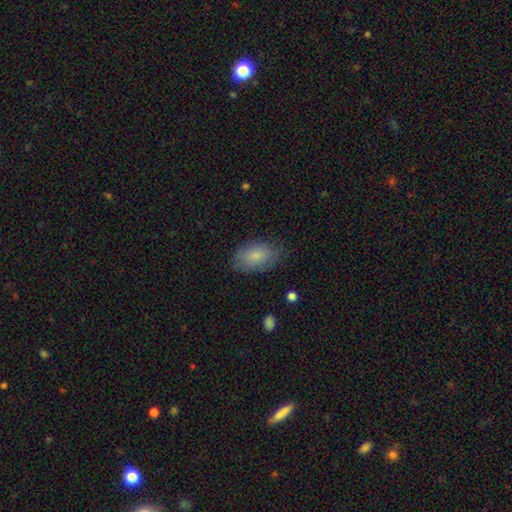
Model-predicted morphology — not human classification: smooth 83%, featured or disk 10%, star or artifact 6%. Down the decision tree: how rounded — in between (92%); merging — none (79%).